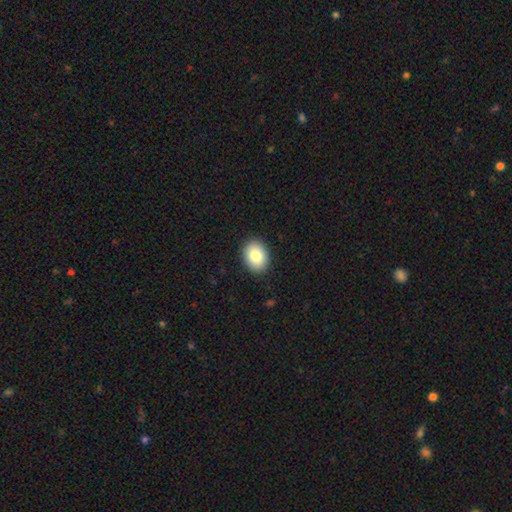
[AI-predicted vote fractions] Smooth or featured? Predicted: smooth (p=0.85). How rounded? Predicted: in between (p=0.65). Merging? Predicted: none (p=0.90).